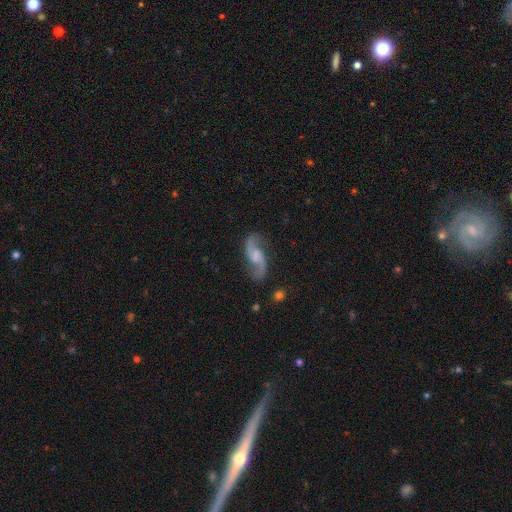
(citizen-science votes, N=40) Morphology: type=featured or disk (90%); edge-on=no (94%); bar=weak (71%); spiral arms=yes (100%); winding=loose (65%); arm count=2 (97%); bulge=none (59%); merging=none (74%).